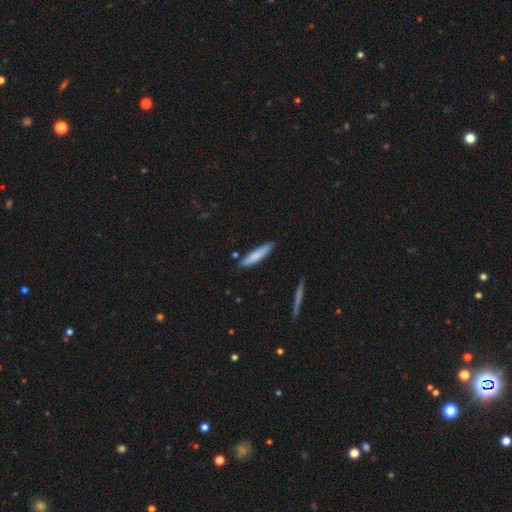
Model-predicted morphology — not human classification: Smooth or featured?
  - smooth: 78% *
  - featured or disk: 16%
  - star or artifact: 5%
How rounded?
  - cigar-shaped: 85% *
  - in between: 14%
  - round: 1%
Merging?
  - none: 83% *
  - minor disturbance: 12%
  - merger: 3%
  - major disturbance: 2%